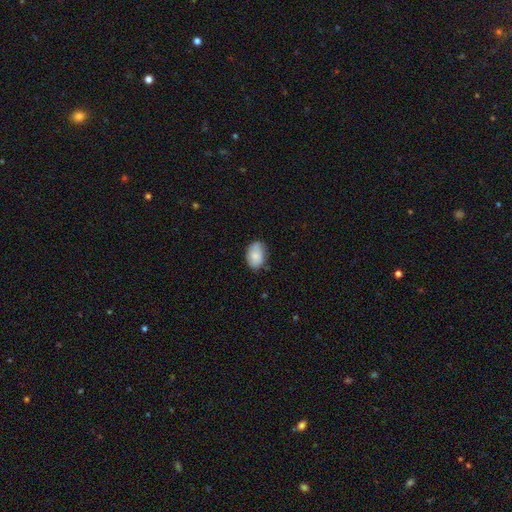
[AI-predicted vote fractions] This appears to be a smooth galaxy with no disk features (77%) that is in between round and cigar-shaped (82%). Merging: none (70%).